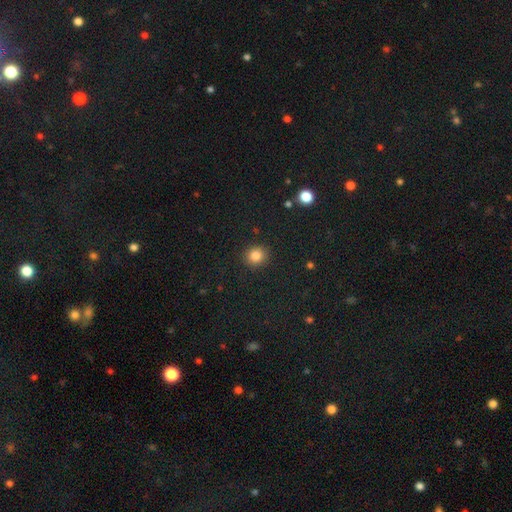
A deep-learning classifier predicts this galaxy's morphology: The model was most divided on "smooth or featured": smooth: 83%, star or artifact: 11%, featured or disk: 5%. More confident: merging — none (90%); how rounded — round (86%).